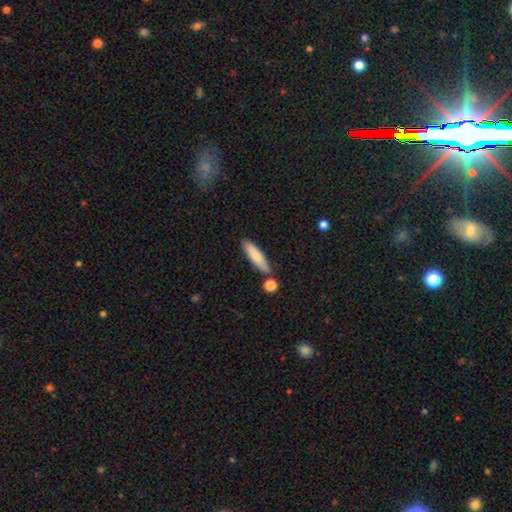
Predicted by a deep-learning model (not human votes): smooth-or-featured: smooth: 80% | featured or disk: 14% | star or artifact: 6%
  how-rounded: cigar-shaped: 74% | in between: 24% | round: 2%
  merging: none: 80% | minor disturbance: 11% | merger: 6% | major disturbance: 2%